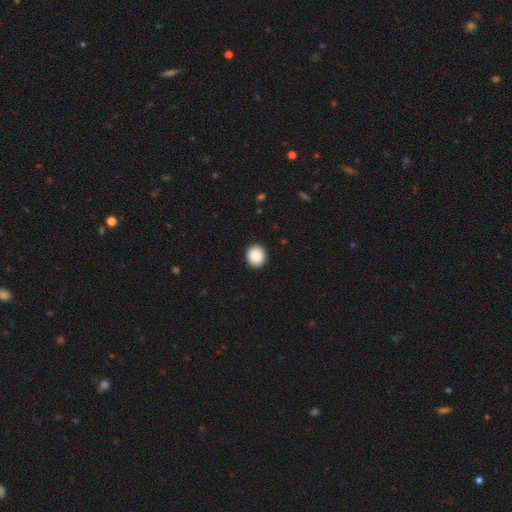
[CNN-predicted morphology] smooth_or_featured: smooth (p=0.89) [alt: star or artifact p=0.07]
how_rounded: round (p=0.79) [alt: in between p=0.20]
merging: none (p=0.92) [alt: minor disturbance p=0.05]